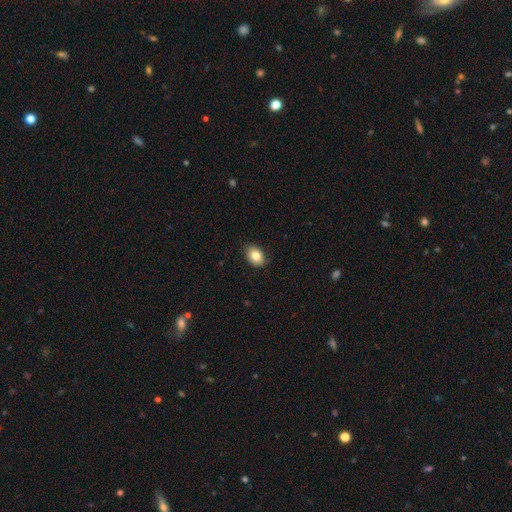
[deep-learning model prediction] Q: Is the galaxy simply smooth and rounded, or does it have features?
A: smooth — 83%.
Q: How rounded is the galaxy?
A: in between — 77%.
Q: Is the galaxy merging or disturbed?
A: none — 87%.